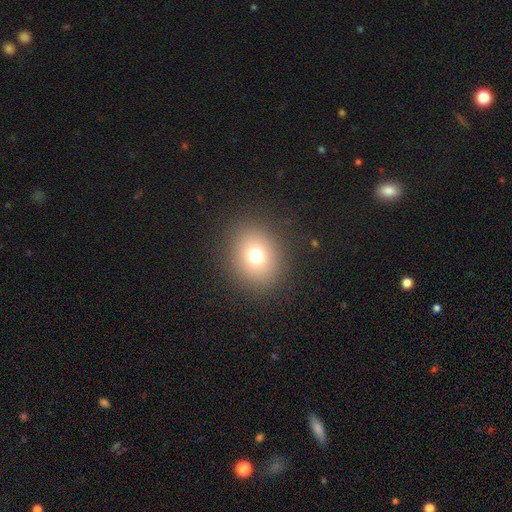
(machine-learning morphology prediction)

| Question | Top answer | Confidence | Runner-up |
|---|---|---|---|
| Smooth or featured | smooth | 73% | star or artifact (16%) |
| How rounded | round | 70% | in between (29%) |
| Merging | none | 88% | minor disturbance (7%) |